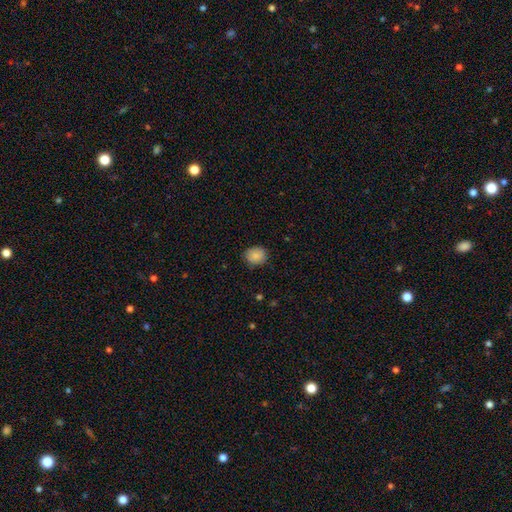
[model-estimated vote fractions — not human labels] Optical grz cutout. It shows a smooth galaxy with no disk features (87%) that is round (67%). Merging: none (81%).